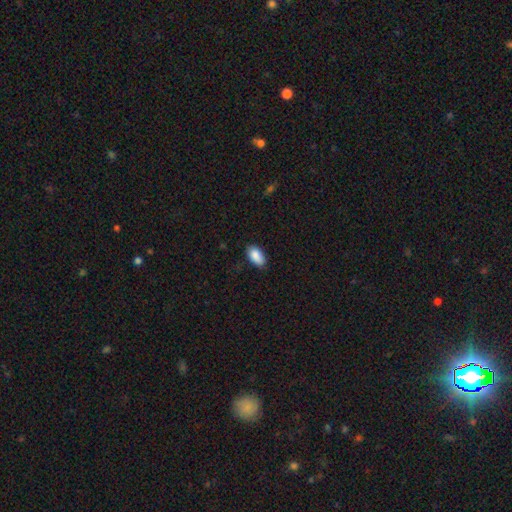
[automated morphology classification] This is clearly a smooth galaxy (88%). How rounded: clearly in between (94%). Merging: clearly none (80%).